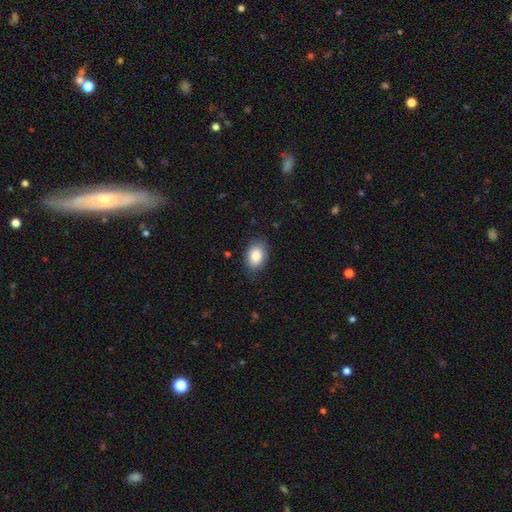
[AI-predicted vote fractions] This appears to be a smooth galaxy with no disk features (86%) that is in between round and cigar-shaped (86%). Merging: none (82%).